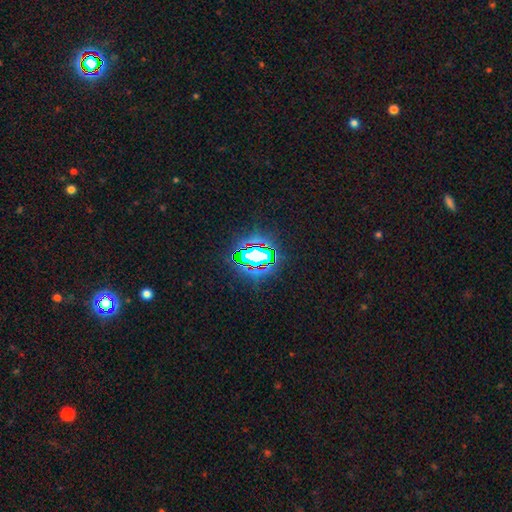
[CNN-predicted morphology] star or artifact 68%, smooth 19%, featured or disk 13%.